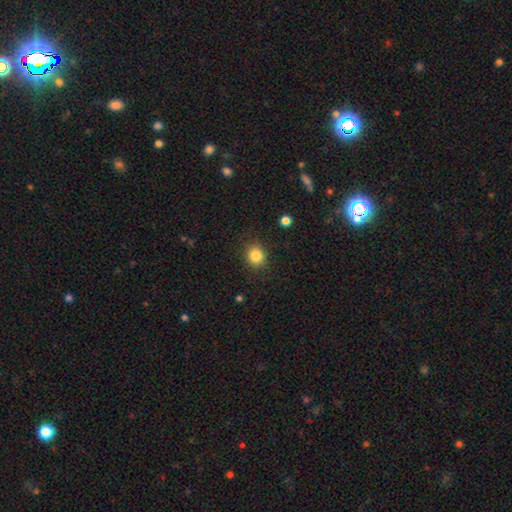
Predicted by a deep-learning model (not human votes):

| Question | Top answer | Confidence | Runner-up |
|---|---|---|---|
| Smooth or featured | smooth | 84% | star or artifact (11%) |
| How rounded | round | 73% | in between (26%) |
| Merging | none | 86% | minor disturbance (9%) |